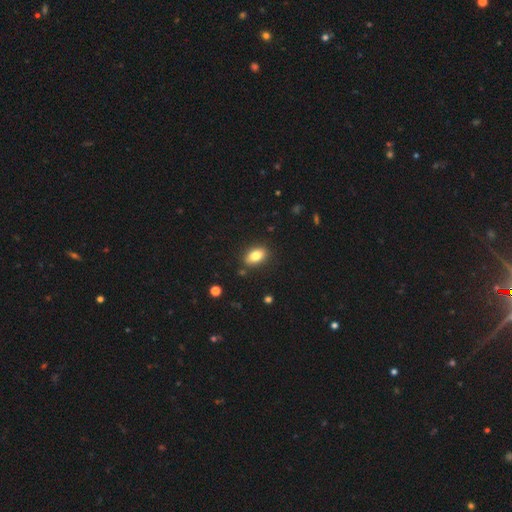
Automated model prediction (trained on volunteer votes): smooth_or_featured: smooth (p=0.82) [alt: featured or disk p=0.09]
how_rounded: in between (p=0.88) [alt: round p=0.08]
merging: none (p=0.85) [alt: minor disturbance p=0.11]